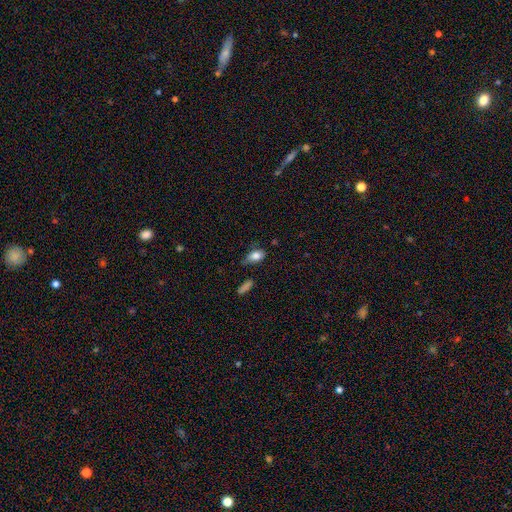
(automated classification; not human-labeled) A smooth galaxy with no disk features (81%) that is in between round and cigar-shaped (86%).

Vote fractions:
- Smooth or featured? smooth: 81% / featured or disk: 11% / star or artifact: 9%
- How rounded? in between: 86% / round: 9% / cigar-shaped: 5%
- Merging? none: 49% / minor disturbance: 34% / major disturbance: 12% / merger: 4%